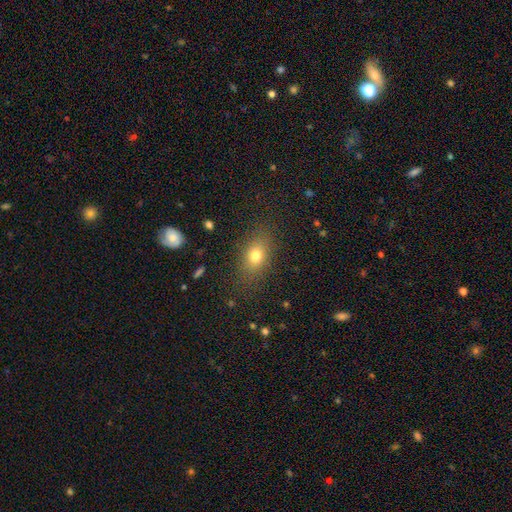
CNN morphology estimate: smooth 75%, featured or disk 12%, star or artifact 12%. Down the decision tree: how rounded — in between (75%); merging — none (83%).